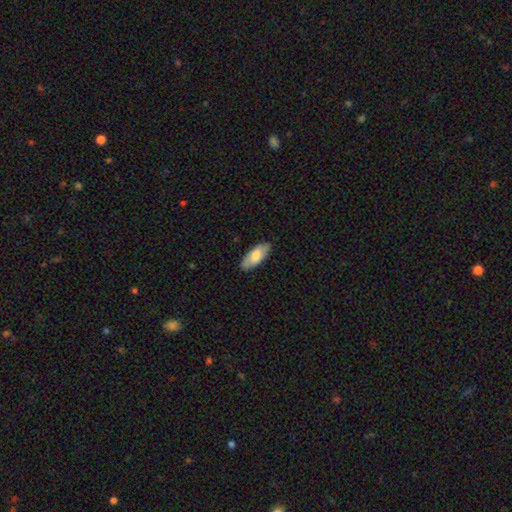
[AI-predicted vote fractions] A smooth galaxy with no disk features (75%) that is in between round and cigar-shaped (85%).

Vote fractions:
- Smooth or featured? smooth: 75% / featured or disk: 20% / star or artifact: 5%
- How rounded? in between: 85% / cigar-shaped: 13% / round: 2%
- Merging? none: 85% / minor disturbance: 11% / major disturbance: 2% / merger: 1%